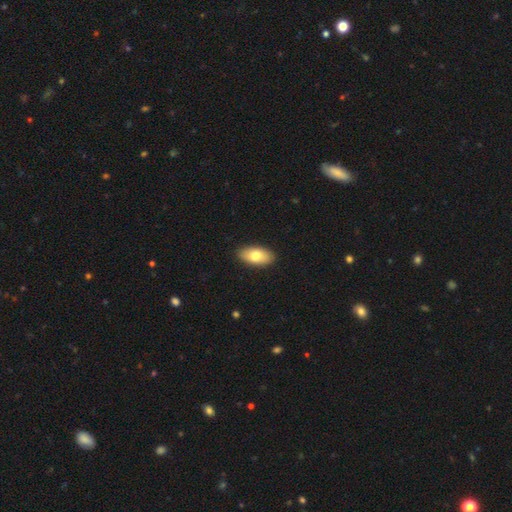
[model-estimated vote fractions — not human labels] Smooth or featured: smooth — 77% (featured or disk — 17%)
How rounded: in between — 92% (cigar-shaped — 5%)
Merging: none — 90% (minor disturbance — 8%)